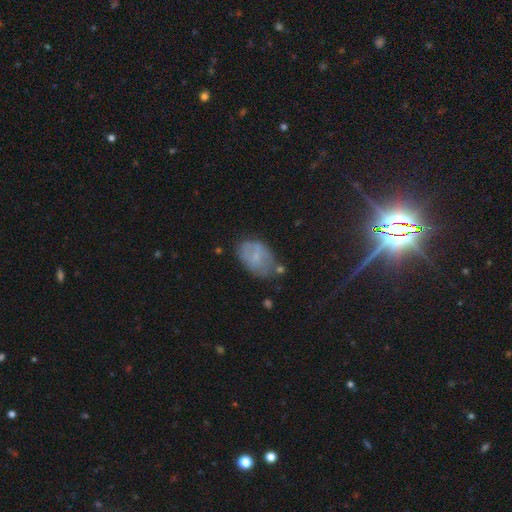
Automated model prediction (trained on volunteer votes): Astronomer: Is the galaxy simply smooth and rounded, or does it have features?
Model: smooth — 52% (runner-up: featured or disk, 38%).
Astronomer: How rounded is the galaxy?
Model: in between — 85%.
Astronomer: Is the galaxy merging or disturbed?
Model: none — 54%.